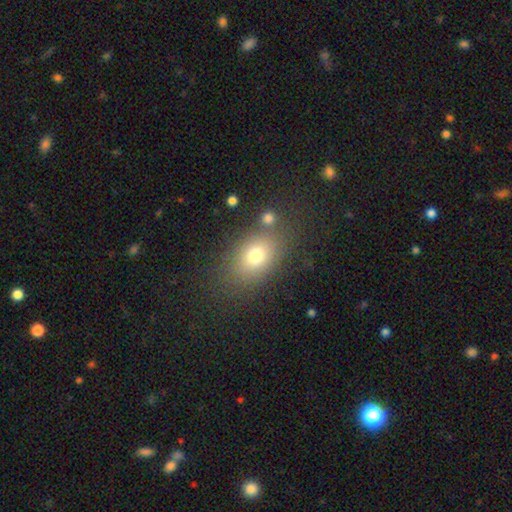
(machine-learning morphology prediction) Smooth or featured?
  - smooth: 73% *
  - featured or disk: 14%
  - star or artifact: 13%
How rounded?
  - in between: 72% *
  - round: 26%
  - cigar-shaped: 2%
Merging?
  - none: 73% *
  - minor disturbance: 13%
  - merger: 8%
  - major disturbance: 6%